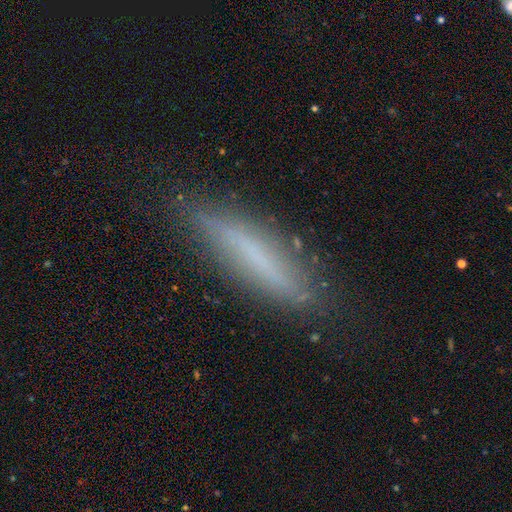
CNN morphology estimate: A smooth galaxy with no disk features (49%).

Vote fractions:
- Smooth or featured? smooth: 49% / featured or disk: 42% / star or artifact: 9%
- Merging? none: 75% / minor disturbance: 19% / major disturbance: 5% / merger: 2%